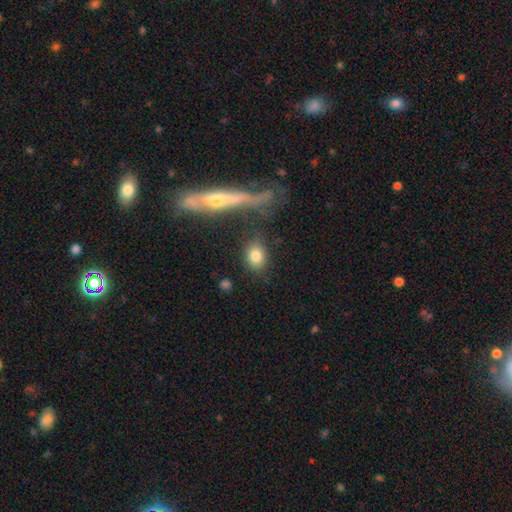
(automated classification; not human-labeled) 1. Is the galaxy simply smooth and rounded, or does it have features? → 81% smooth, 10% featured or disk, 9% star or artifact.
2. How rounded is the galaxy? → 62% in between, 35% round, 3% cigar-shaped.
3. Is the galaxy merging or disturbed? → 78% none, 11% minor disturbance, 6% merger, 4% major disturbance.